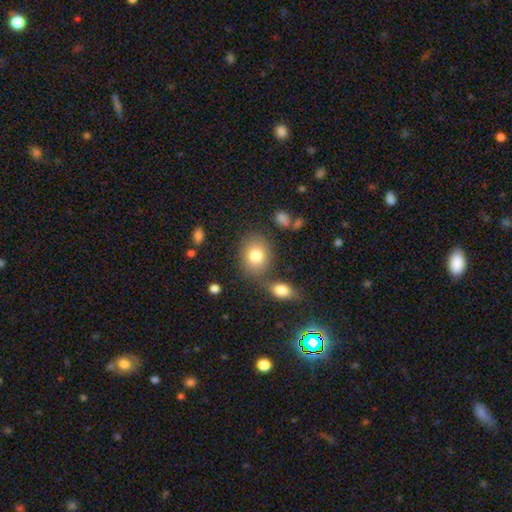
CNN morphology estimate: The model was most divided on "how rounded": in between: 50%, round: 48%, cigar-shaped: 1%. More confident: smooth or featured — smooth (79%); merging — none (69%).